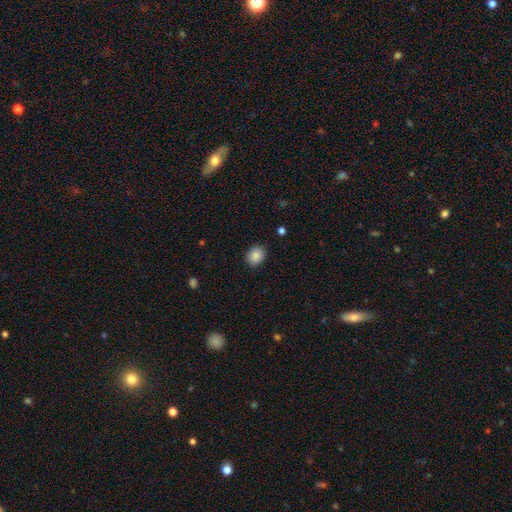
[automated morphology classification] Q: Smooth or featured?
A: smooth (88%); runner-up: star or artifact (8%)
Q: How rounded?
A: round (52%); runner-up: in between (47%)
Q: Merging?
A: none (88%); runner-up: minor disturbance (8%)